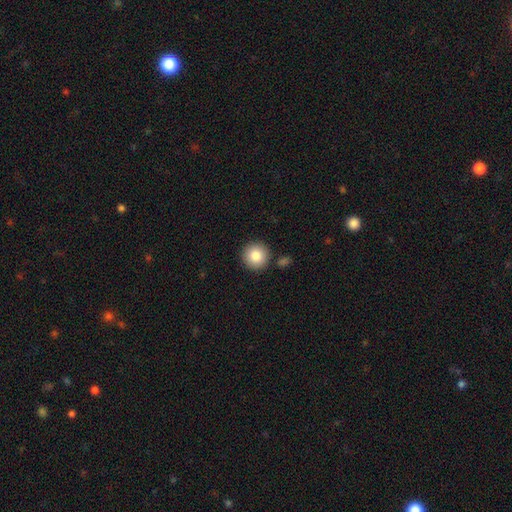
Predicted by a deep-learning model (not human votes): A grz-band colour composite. It shows a smooth galaxy with no disk features (84%) that is round (95%). Merging: none (88%).